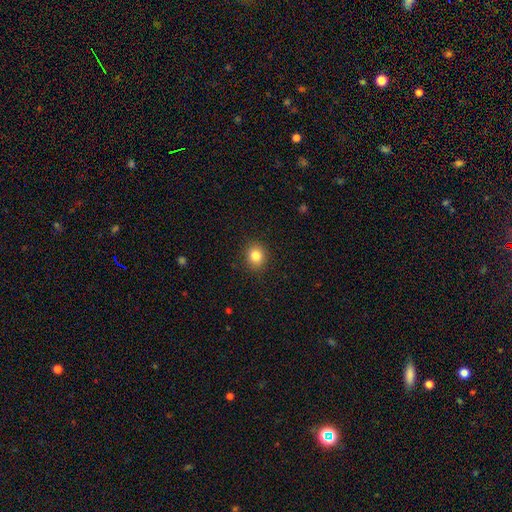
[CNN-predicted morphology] Smooth or featured: smooth — 84% (star or artifact — 11%)
How rounded: round — 72% (in between — 27%)
Merging: none — 90% (minor disturbance — 7%)